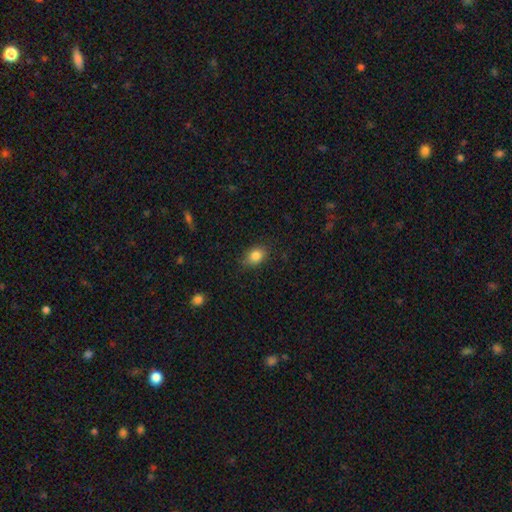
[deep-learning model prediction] The model was most divided on "how rounded": in between: 75%, round: 24%, cigar-shaped: 2%. More confident: smooth or featured — smooth (85%); merging — none (83%).